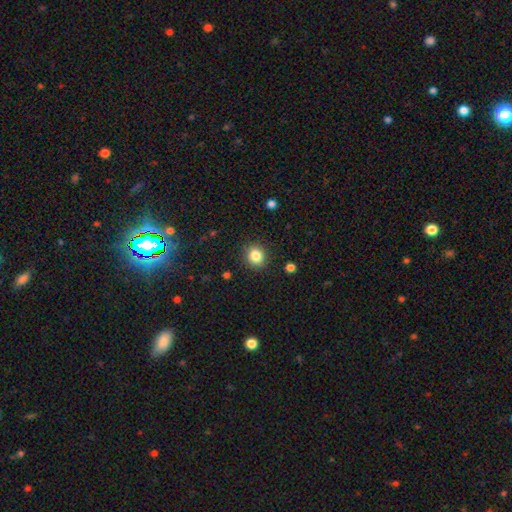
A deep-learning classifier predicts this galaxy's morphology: type=smooth (84%); roundness=round (78%); merging=none (89%).